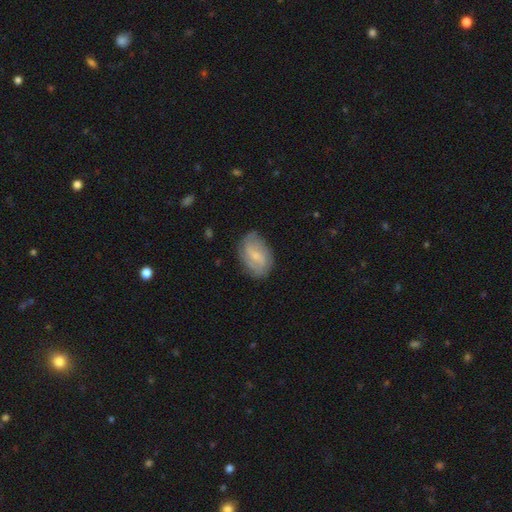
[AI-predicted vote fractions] smooth_or_featured: featured or disk (p=0.65) [alt: smooth p=0.28]
disk_edge_on: no (p=0.96) [alt: yes p=0.04]
bar: weak (p=0.53) [alt: no p=0.34]
has_spiral_arms: yes (p=0.87) [alt: no p=0.13]
spiral_winding: medium (p=0.41) [alt: loose p=0.33]
spiral_arm_count: 2 (p=0.58) [alt: can't tell p=0.23]
bulge_size: small (p=0.66) [alt: moderate p=0.26]
merging: none (p=0.72) [alt: minor disturbance p=0.21]